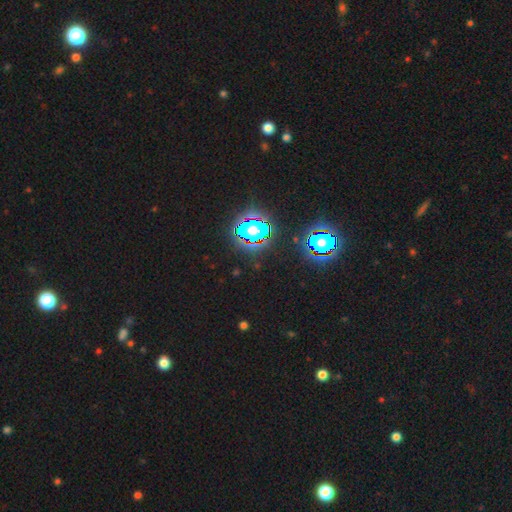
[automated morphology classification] This is clearly a star or artifact rather than a galaxy (81%).